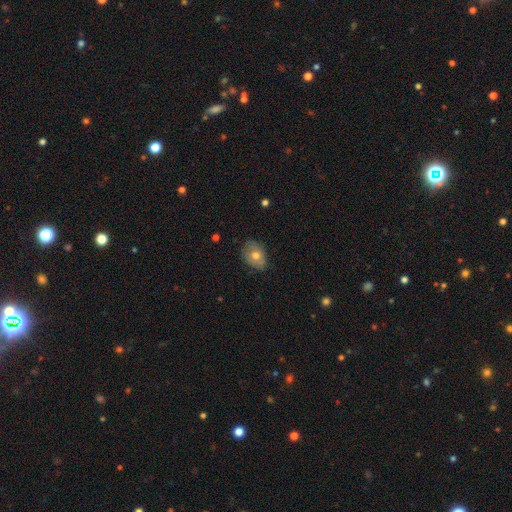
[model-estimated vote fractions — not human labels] Morphology: type=smooth (63%); roundness=in between (67%); merging=none (71%).